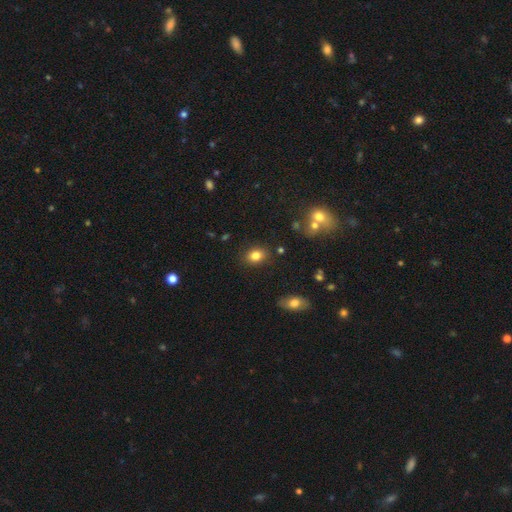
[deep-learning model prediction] Q: Smooth or featured?
A: smooth (82%); runner-up: star or artifact (11%)
Q: How rounded?
A: in between (59%); runner-up: round (39%)
Q: Merging?
A: none (85%); runner-up: minor disturbance (10%)